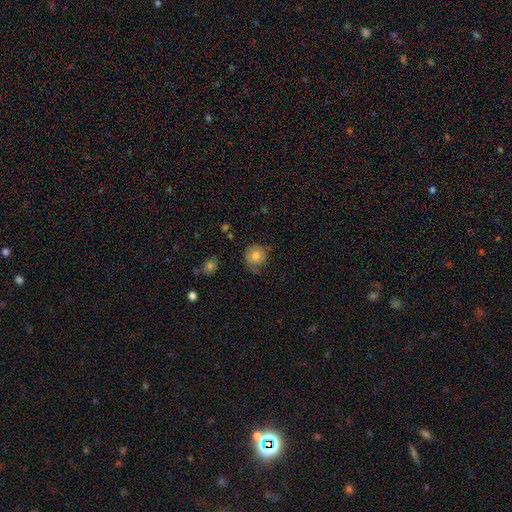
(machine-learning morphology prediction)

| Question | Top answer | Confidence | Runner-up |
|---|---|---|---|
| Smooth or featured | smooth | 74% | featured or disk (18%) |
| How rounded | round | 89% | in between (10%) |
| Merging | none | 59% | minor disturbance (28%) |